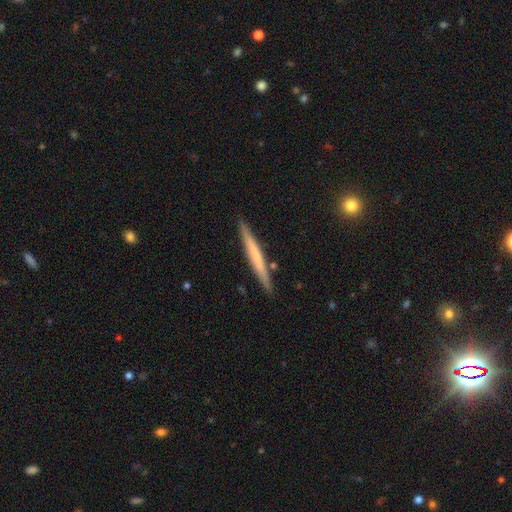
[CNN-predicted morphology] Smooth or featured?
  - smooth: 50% *
  - featured or disk: 44%
  - star or artifact: 6%
How rounded?
  - cigar-shaped: 97% *
  - in between: 2%
  - round: 1%
Merging?
  - none: 89% *
  - minor disturbance: 8%
  - merger: 2%
  - major disturbance: 1%